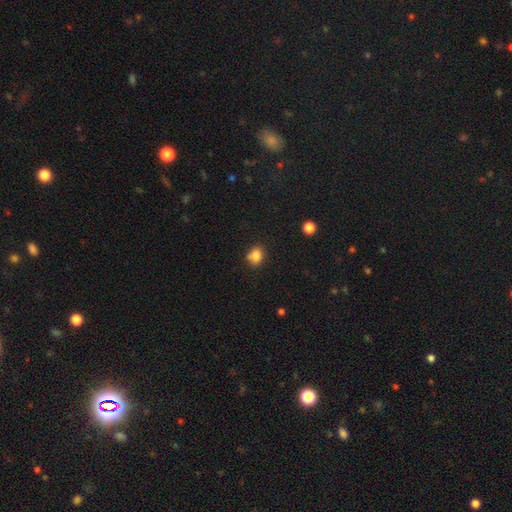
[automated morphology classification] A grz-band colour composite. It shows a smooth galaxy with no disk features (81%) that is round (53%). Merging: none (61%).